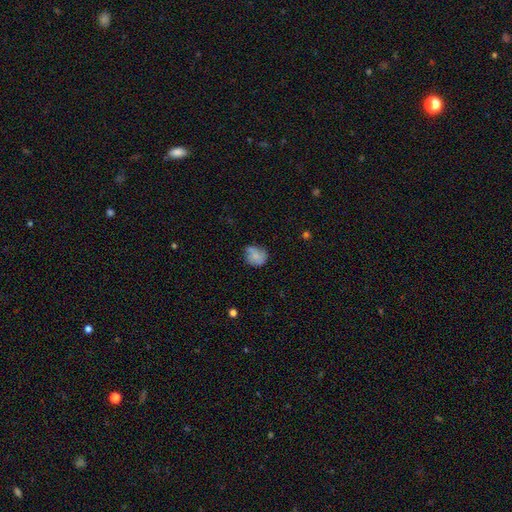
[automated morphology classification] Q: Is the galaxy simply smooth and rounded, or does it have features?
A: smooth — 62%.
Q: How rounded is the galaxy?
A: round — 64%.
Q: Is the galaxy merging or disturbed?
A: none — 56%.